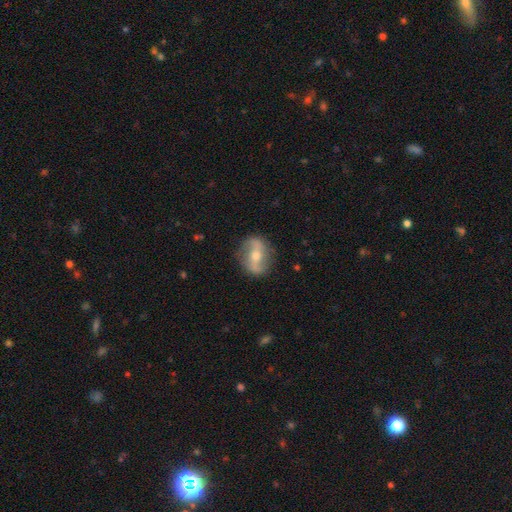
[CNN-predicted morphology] A featured or disk galaxy (76%) with a strong bar (51%), 2 (90%) loose (58%) spiral arms (79%) and a moderate central bulge (61%).

Vote fractions:
- Smooth or featured? featured or disk: 76% / smooth: 17% / star or artifact: 6%
- Edge-on disk? no: 90% / yes: 10%
- Bar? strong: 51% / weak: 29% / no: 19%
- Spiral arms? yes: 79% / no: 21%
- Spiral winding? loose: 58% / medium: 28% / tight: 14%
- Spiral arm count? 2: 90% / can't tell: 6% / 1: 2% / 3: 1% / 4: 1% / more than 4: 1%
- Bulge size? moderate: 61% / small: 33% / large: 3% / none: 2% / dominant: 1%
- Merging? none: 84% / minor disturbance: 11% / major disturbance: 4% / merger: 1%